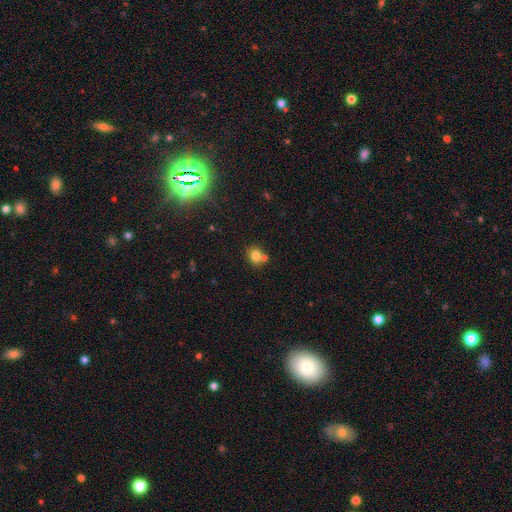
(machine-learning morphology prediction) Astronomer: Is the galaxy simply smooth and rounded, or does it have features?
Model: smooth — 78%.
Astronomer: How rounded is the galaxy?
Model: round — 73%.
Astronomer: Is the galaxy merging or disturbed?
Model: none — 57%.